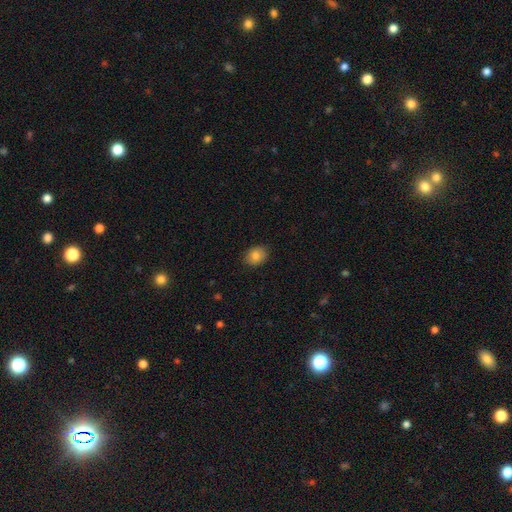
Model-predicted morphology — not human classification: This is clearly a smooth galaxy (84%). How rounded: possibly in between (52%). Merging: clearly none (88%).